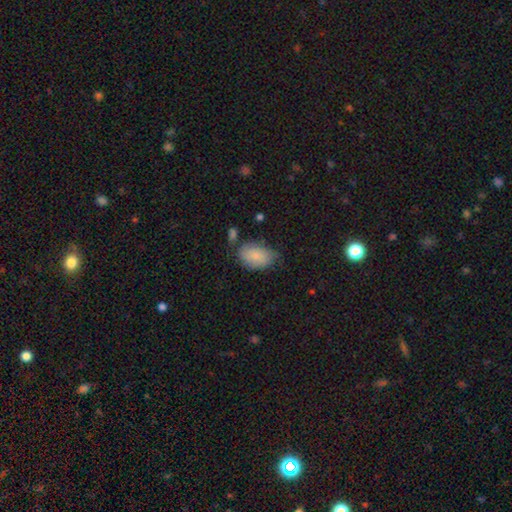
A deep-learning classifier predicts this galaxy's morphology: This appears to be a smooth galaxy with no disk features (77%) that is in between round and cigar-shaped (89%). Merging: none (54%).